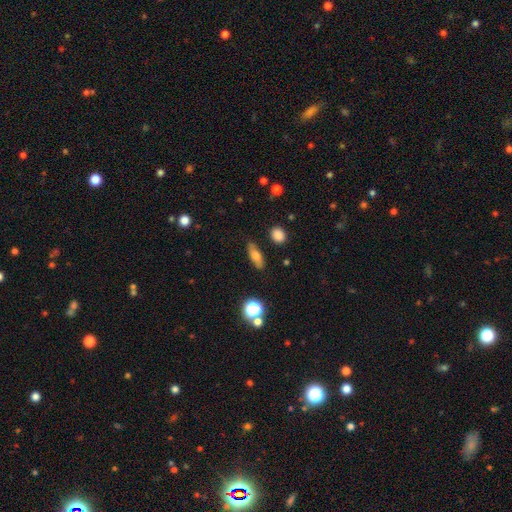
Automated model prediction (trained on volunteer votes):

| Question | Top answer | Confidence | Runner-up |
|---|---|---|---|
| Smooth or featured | smooth | 70% | featured or disk (19%) |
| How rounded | in between | 57% | cigar-shaped (37%) |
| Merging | none | 82% | minor disturbance (13%) |